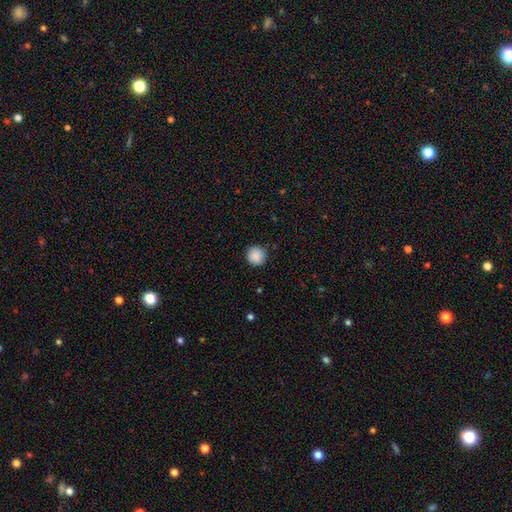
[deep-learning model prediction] A smooth galaxy with no disk features (89%) that is round (94%). Merging: none (91%).